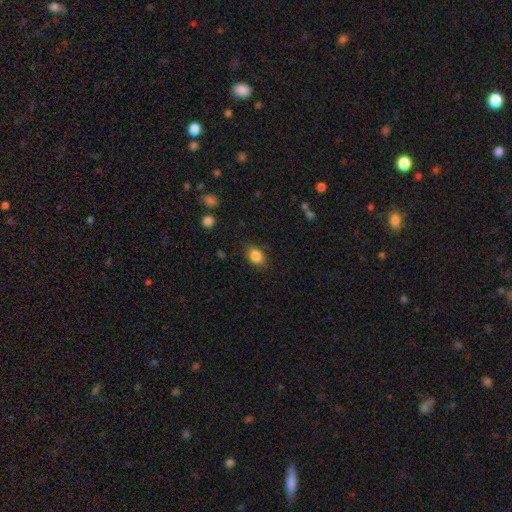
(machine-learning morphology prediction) A smooth galaxy with no disk features (85%) that is in between round and cigar-shaped (61%).

Vote fractions:
- Smooth or featured? smooth: 85% / star or artifact: 9% / featured or disk: 5%
- How rounded? in between: 61% / round: 37% / cigar-shaped: 1%
- Merging? none: 82% / minor disturbance: 13% / major disturbance: 3% / merger: 1%